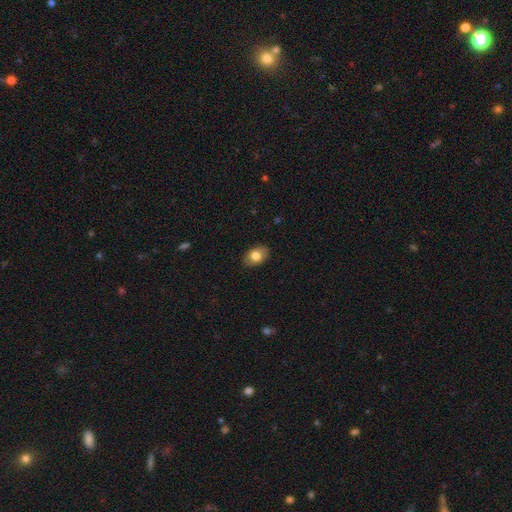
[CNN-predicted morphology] Smooth or featured? smooth (77%)
How rounded? in between (82%)
Merging? none (86%)